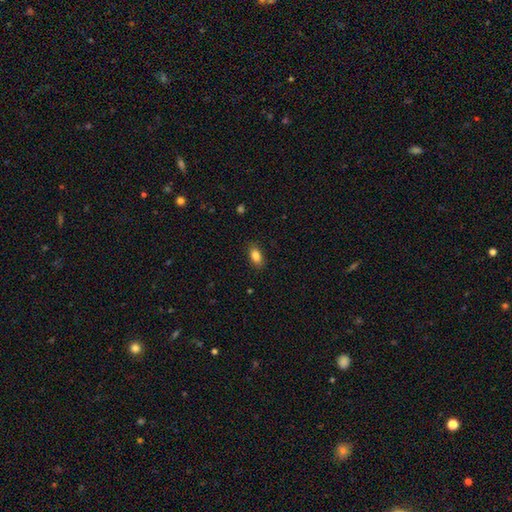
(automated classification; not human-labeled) Overall: smooth (86%). How rounded: in between (88%). Merging: none (86%).